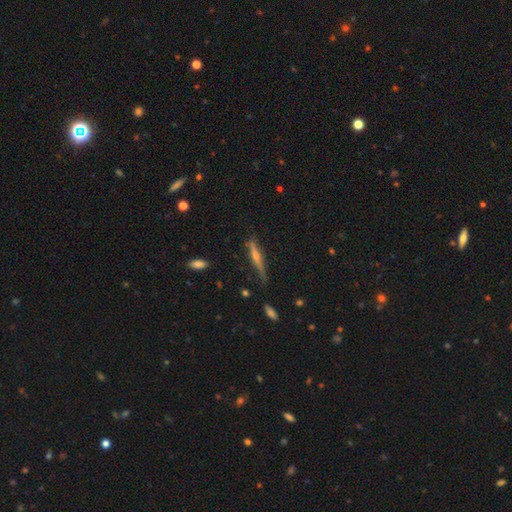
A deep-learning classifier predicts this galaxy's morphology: Q: Smooth or featured?
A: featured or disk (65%); runner-up: smooth (26%)
Q: Edge-on disk?
A: yes (96%); runner-up: no (4%)
Q: Edge-on bulge?
A: rounded (81%); runner-up: none (14%)
Q: Merging?
A: none (76%); runner-up: minor disturbance (19%)